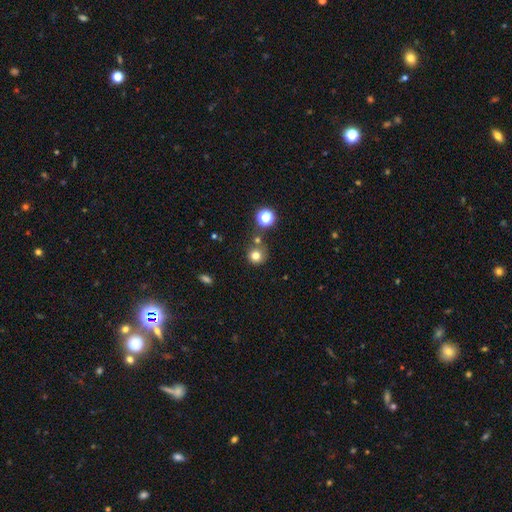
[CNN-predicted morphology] smooth 77%, star or artifact 16%, featured or disk 8%. Down the decision tree: how rounded — round (91%); merging — none (69%).